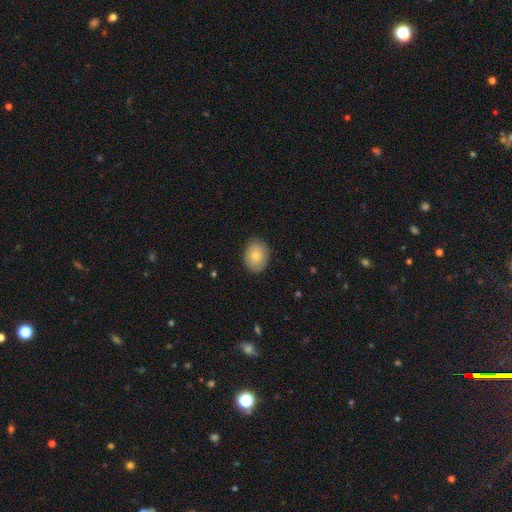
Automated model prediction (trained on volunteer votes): smooth-or-featured: smooth: 80% | featured or disk: 12% | star or artifact: 8%
  how-rounded: in between: 66% | round: 33% | cigar-shaped: 1%
  merging: none: 86% | minor disturbance: 10% | major disturbance: 2% | merger: 1%